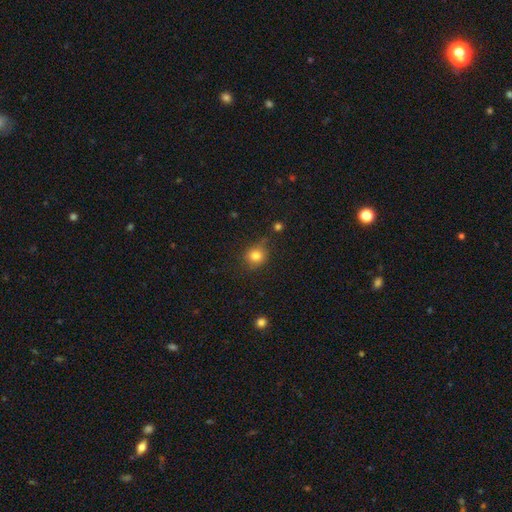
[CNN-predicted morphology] Overall: smooth (81%). How rounded: round (81%). Merging: none (72%).